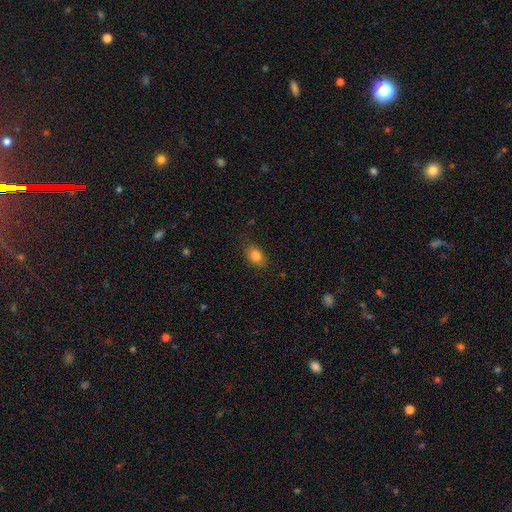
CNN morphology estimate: Smooth or featured: smooth — 79% (star or artifact — 11%)
How rounded: in between — 77% (round — 22%)
Merging: none — 81% (minor disturbance — 14%)